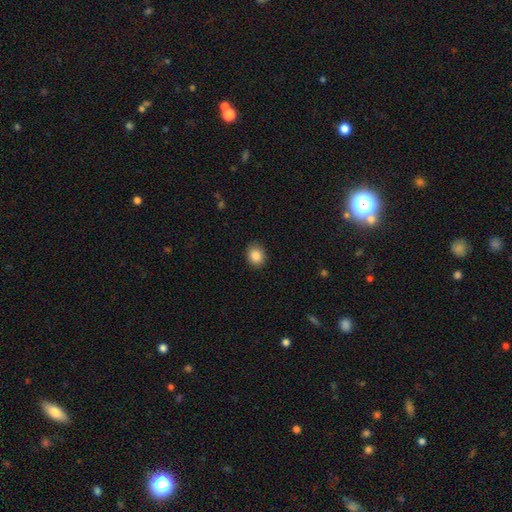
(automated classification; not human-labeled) This appears to be a smooth galaxy with no disk features (87%) that is round (68%). Merging: none (88%).